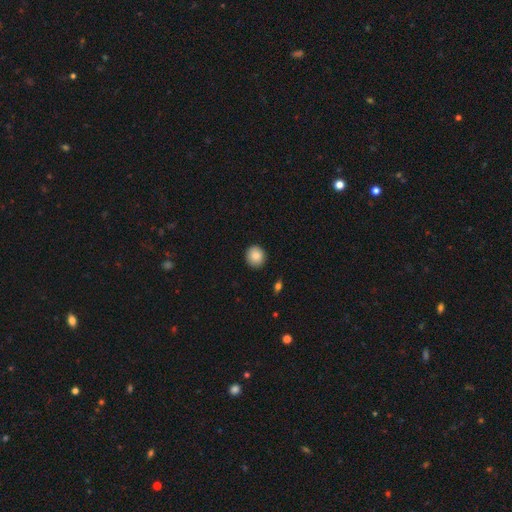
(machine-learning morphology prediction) A smooth galaxy with no disk features (87%) that is round (83%).

Vote fractions:
- Smooth or featured? smooth: 87% / star or artifact: 8% / featured or disk: 5%
- How rounded? round: 83% / in between: 16% / cigar-shaped: 1%
- Merging? none: 90% / minor disturbance: 7% / major disturbance: 2% / merger: 1%